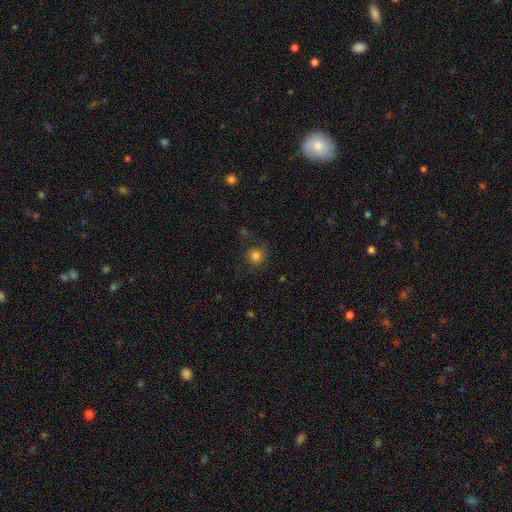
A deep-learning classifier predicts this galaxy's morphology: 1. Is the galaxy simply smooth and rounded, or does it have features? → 81% smooth, 13% star or artifact, 6% featured or disk.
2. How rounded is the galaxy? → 90% round, 9% in between, 1% cigar-shaped.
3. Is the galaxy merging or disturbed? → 83% none, 12% minor disturbance, 4% major disturbance, 2% merger.